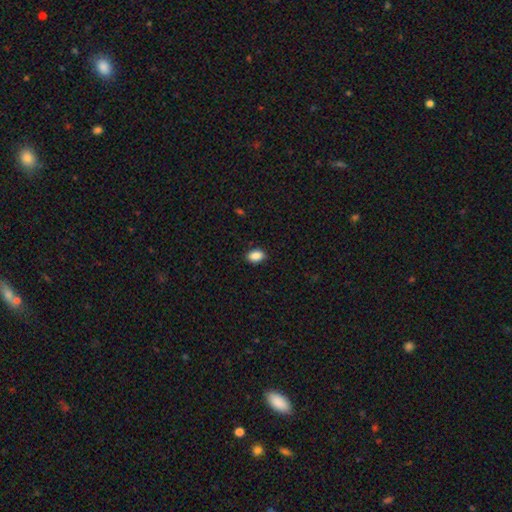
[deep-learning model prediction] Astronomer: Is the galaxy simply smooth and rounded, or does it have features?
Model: smooth — 88%.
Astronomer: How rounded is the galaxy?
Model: in between — 83%.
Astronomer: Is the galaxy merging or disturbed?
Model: none — 89%.